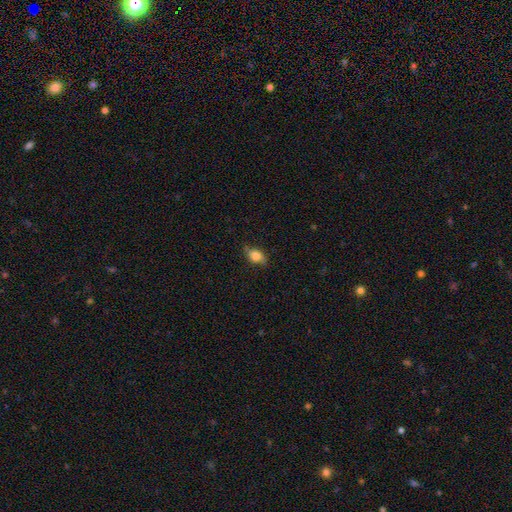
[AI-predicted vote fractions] smooth 82%, featured or disk 10%, star or artifact 9%. Down the decision tree: how rounded — in between (81%); merging — none (72%).